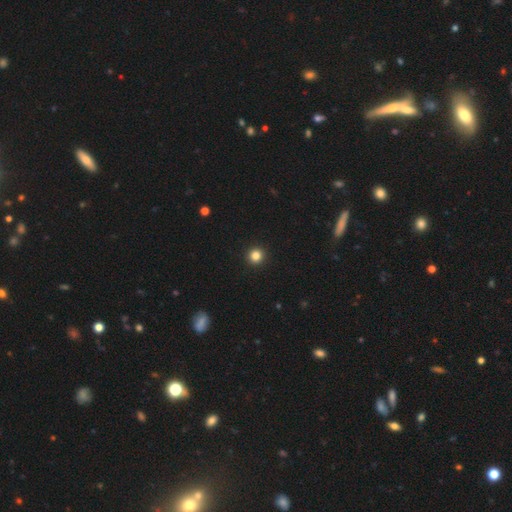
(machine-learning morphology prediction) A smooth galaxy with no disk features (84%) that is round (95%).

Vote fractions:
- Smooth or featured? smooth: 84% / star or artifact: 12% / featured or disk: 4%
- How rounded? round: 95% / in between: 4% / cigar-shaped: 1%
- Merging? none: 94% / minor disturbance: 3% / major disturbance: 1% / merger: 1%